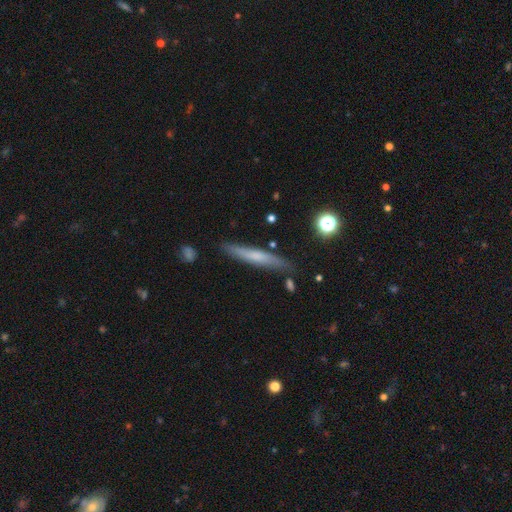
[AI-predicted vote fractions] A smooth galaxy with no disk features (52%) that is cigar-shaped (93%). Merging: none (84%).